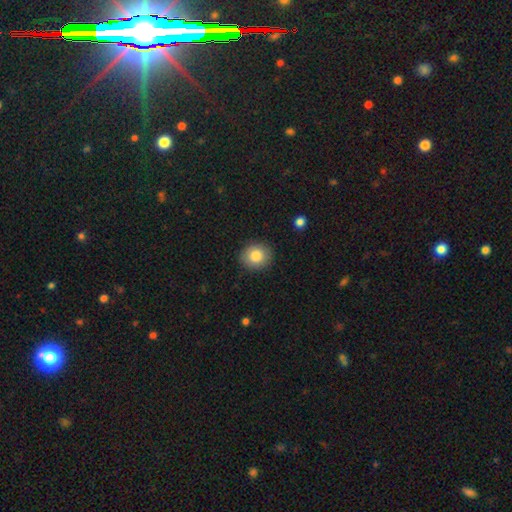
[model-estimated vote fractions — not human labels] A smooth galaxy with no disk features (85%) that is round (82%). Merging: none (89%).